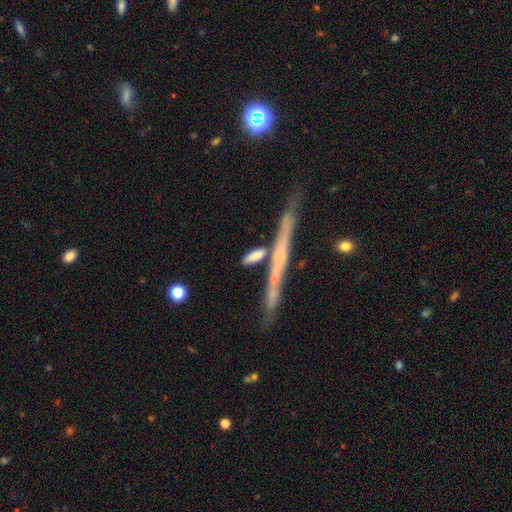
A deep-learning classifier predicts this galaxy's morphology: A smooth galaxy with no disk features (70%) that is cigar-shaped (51%).

Vote fractions:
- Smooth or featured? smooth: 70% / featured or disk: 22% / star or artifact: 8%
- How rounded? cigar-shaped: 51% / in between: 45% / round: 5%
- Merging? none: 64% / minor disturbance: 16% / merger: 15% / major disturbance: 6%